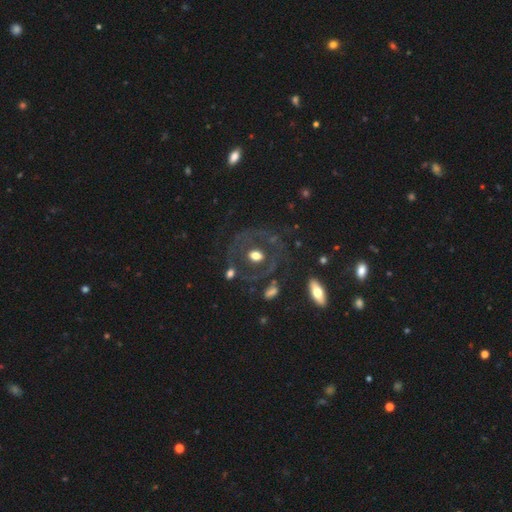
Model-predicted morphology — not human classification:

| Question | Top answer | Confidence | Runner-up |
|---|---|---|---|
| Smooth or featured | featured or disk | 59% | smooth (30%) |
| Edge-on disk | no | 94% | yes (6%) |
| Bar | no | 70% | weak (20%) |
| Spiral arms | no | 65% | yes (35%) |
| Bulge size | moderate | 63% | large (21%) |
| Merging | none | 68% | minor disturbance (15%) |